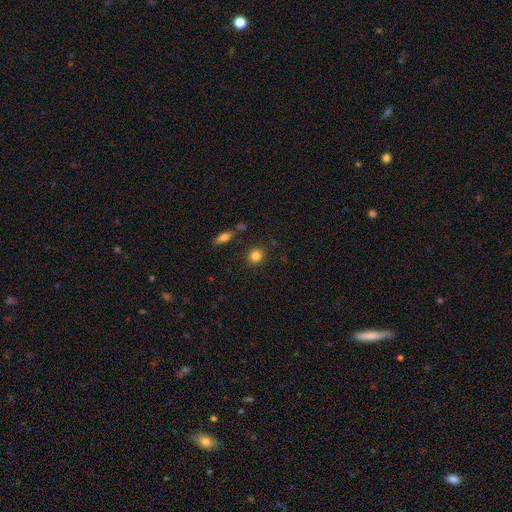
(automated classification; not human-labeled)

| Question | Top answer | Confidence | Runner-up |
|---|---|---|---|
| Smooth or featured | smooth | 84% | star or artifact (10%) |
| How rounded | round | 88% | in between (11%) |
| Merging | none | 87% | minor disturbance (8%) |